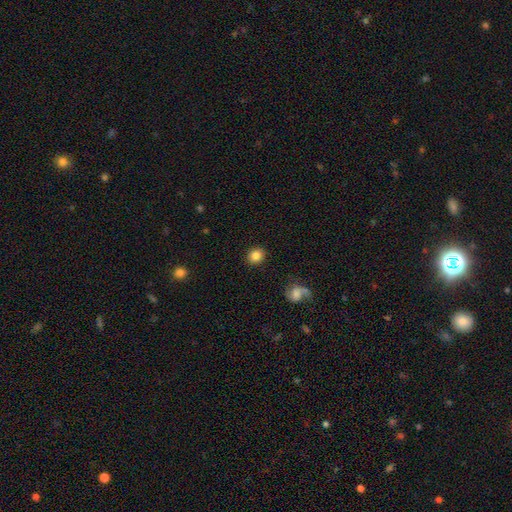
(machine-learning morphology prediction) Smooth or featured?
  - smooth: 85% *
  - star or artifact: 9%
  - featured or disk: 6%
How rounded?
  - round: 77% *
  - in between: 22%
  - cigar-shaped: 1%
Merging?
  - none: 89% *
  - minor disturbance: 7%
  - major disturbance: 2%
  - merger: 2%